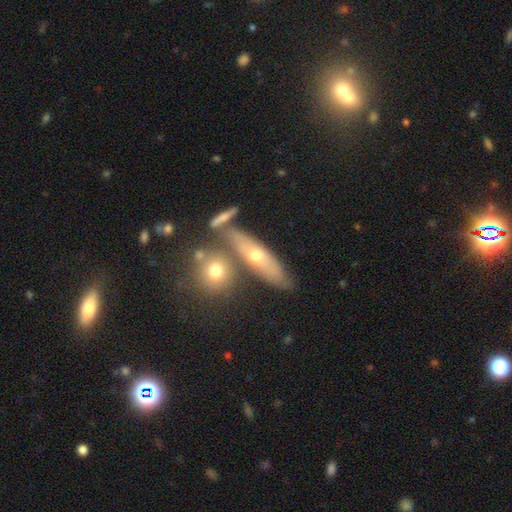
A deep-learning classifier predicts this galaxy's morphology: smooth_or_featured: featured or disk (p=0.54) [alt: smooth p=0.34]
disk_edge_on: yes (p=0.56) [alt: no p=0.44]
merging: none (p=0.69) [alt: merger p=0.14]